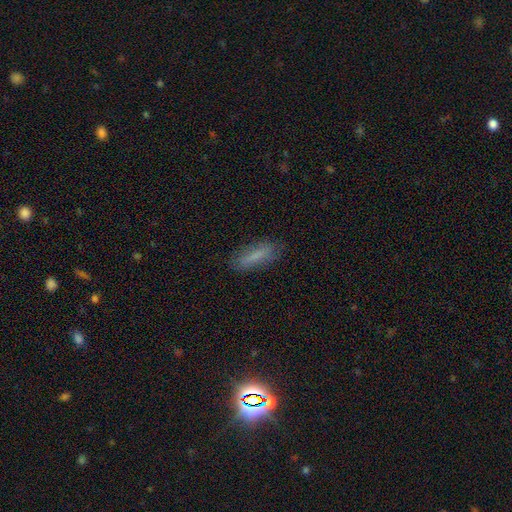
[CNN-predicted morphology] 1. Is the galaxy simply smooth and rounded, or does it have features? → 74% smooth, 17% featured or disk, 8% star or artifact.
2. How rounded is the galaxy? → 58% cigar-shaped, 40% in between, 2% round.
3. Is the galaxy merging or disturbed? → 81% none, 14% minor disturbance, 4% major disturbance, 1% merger.